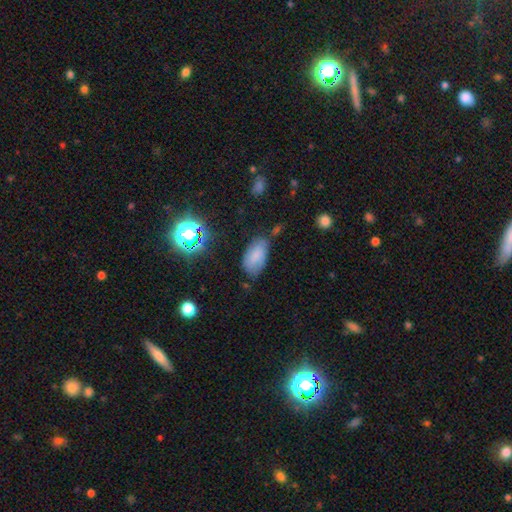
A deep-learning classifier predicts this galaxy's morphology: The model was most divided on "merging": none: 58%, minor disturbance: 29%, major disturbance: 8%, merger: 5%. More confident: how rounded — in between (93%); smooth or featured — smooth (74%).